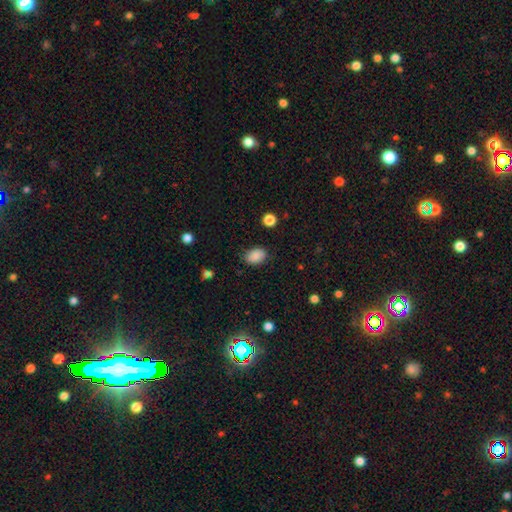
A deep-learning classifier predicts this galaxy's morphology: Smooth or featured: smooth — 88% (star or artifact — 8%)
How rounded: in between — 79% (round — 20%)
Merging: none — 83% (minor disturbance — 12%)